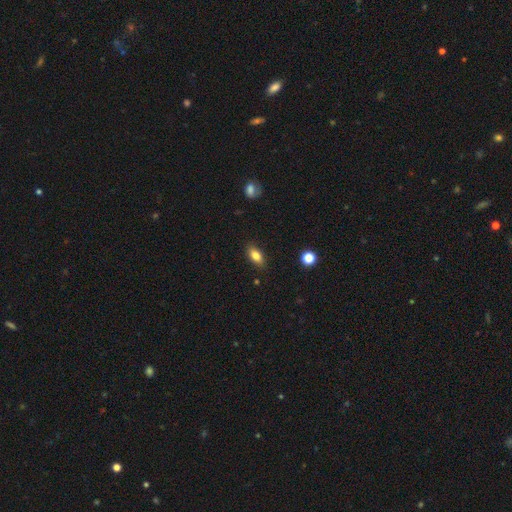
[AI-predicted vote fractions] Q: Smooth or featured?
A: smooth (81%); runner-up: featured or disk (10%)
Q: How rounded?
A: in between (85%); runner-up: cigar-shaped (9%)
Q: Merging?
A: none (86%); runner-up: minor disturbance (10%)